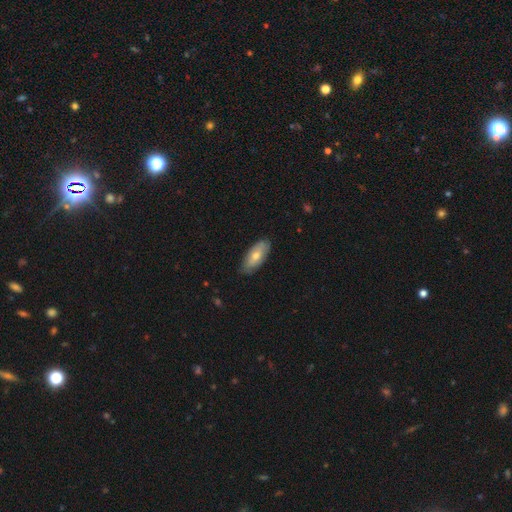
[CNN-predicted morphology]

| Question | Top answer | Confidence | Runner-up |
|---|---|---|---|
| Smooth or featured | smooth | 64% | featured or disk (30%) |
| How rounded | in between | 84% | cigar-shaped (14%) |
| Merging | none | 83% | minor disturbance (14%) |